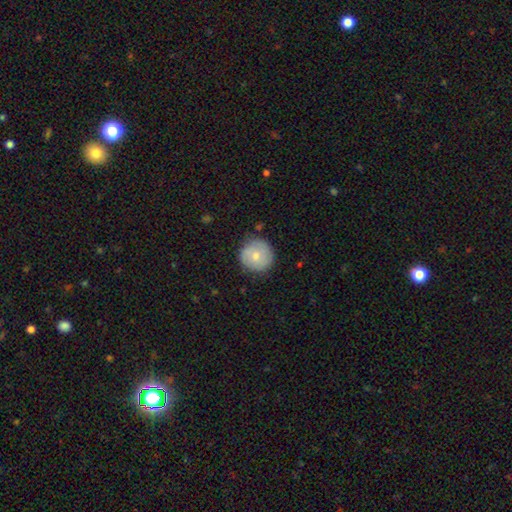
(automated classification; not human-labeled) smooth_or_featured: smooth (p=0.70) [alt: featured or disk p=0.23]
how_rounded: round (p=0.94) [alt: in between p=0.05]
merging: none (p=0.82) [alt: minor disturbance p=0.14]